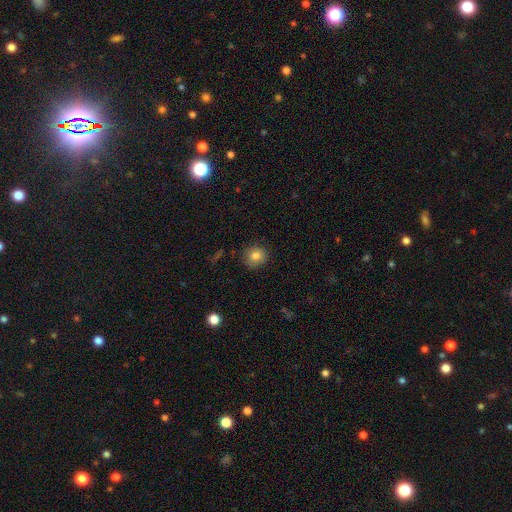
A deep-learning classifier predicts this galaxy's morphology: Smooth or featured? Predicted: smooth (p=0.81). How rounded? Predicted: round (p=0.86). Merging? Predicted: none (p=0.87).